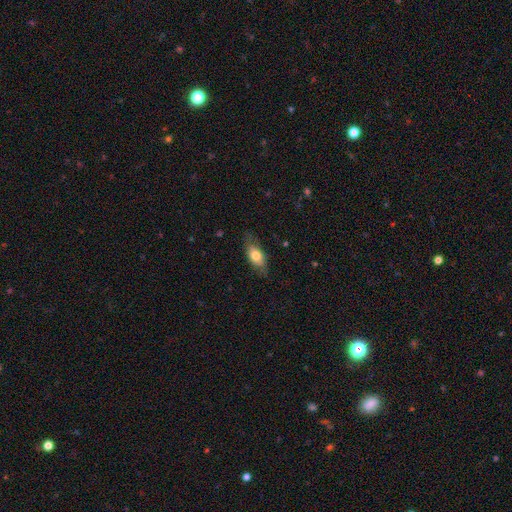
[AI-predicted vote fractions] This appears to be a smooth galaxy with no disk features (72%) that is in between round and cigar-shaped (82%). Merging: none (73%).